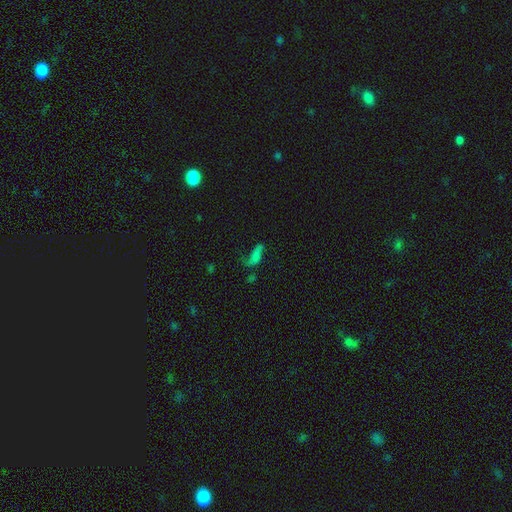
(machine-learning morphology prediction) smooth_or_featured: smooth (p=0.53) [alt: featured or disk p=0.31]
how_rounded: in between (p=0.56) [alt: cigar-shaped p=0.40]
merging: none (p=0.38) [alt: major disturbance p=0.31]